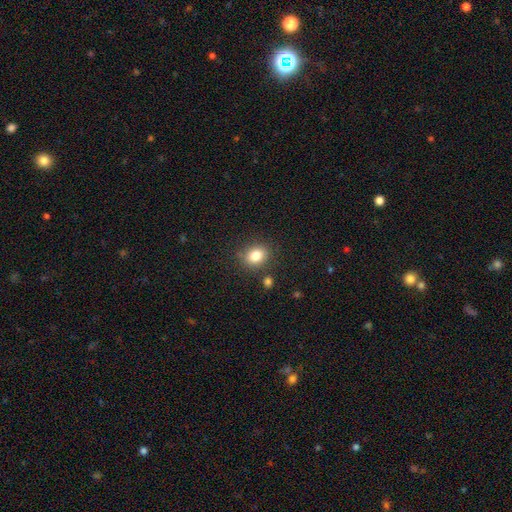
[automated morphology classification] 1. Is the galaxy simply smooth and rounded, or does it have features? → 82% smooth, 11% star or artifact, 7% featured or disk.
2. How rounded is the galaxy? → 55% round, 44% in between, 1% cigar-shaped.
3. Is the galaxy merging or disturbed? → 80% none, 11% minor disturbance, 6% merger, 3% major disturbance.